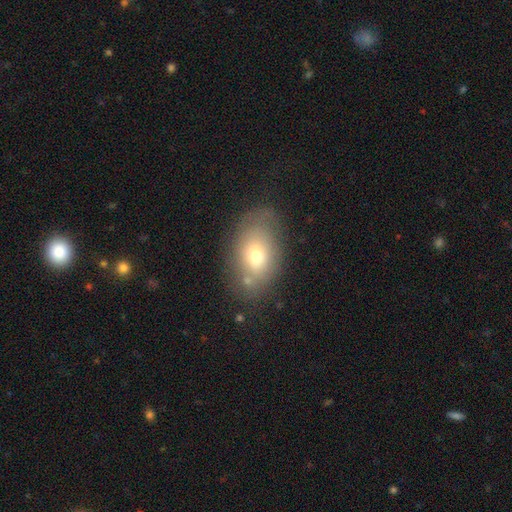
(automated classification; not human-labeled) smooth-or-featured: smooth: 67% | featured or disk: 22% | star or artifact: 11%
  how-rounded: in between: 85% | round: 13% | cigar-shaped: 2%
  merging: none: 69% | minor disturbance: 18% | merger: 7% | major disturbance: 6%